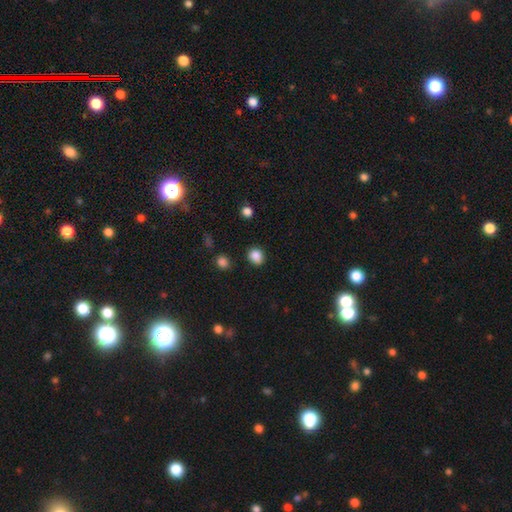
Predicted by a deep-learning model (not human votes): smooth_or_featured: smooth (p=0.86) [alt: star or artifact p=0.11]
how_rounded: round (p=0.70) [alt: in between p=0.29]
merging: none (p=0.84) [alt: minor disturbance p=0.11]